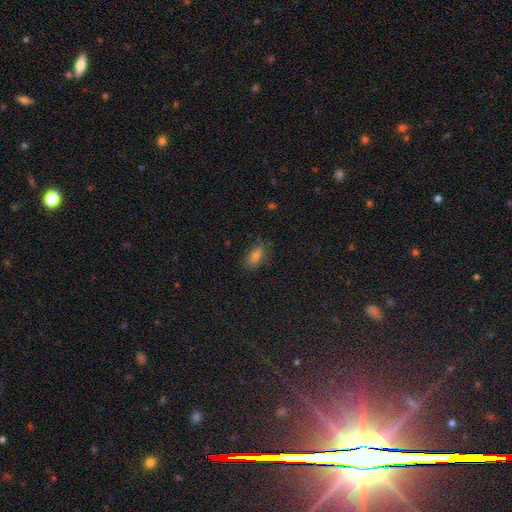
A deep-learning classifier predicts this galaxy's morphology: Smooth or featured?
  - smooth: 64% *
  - star or artifact: 21%
  - featured or disk: 15%
How rounded?
  - in between: 81% *
  - cigar-shaped: 10%
  - round: 9%
Merging?
  - none: 78% *
  - minor disturbance: 17%
  - major disturbance: 4%
  - merger: 1%